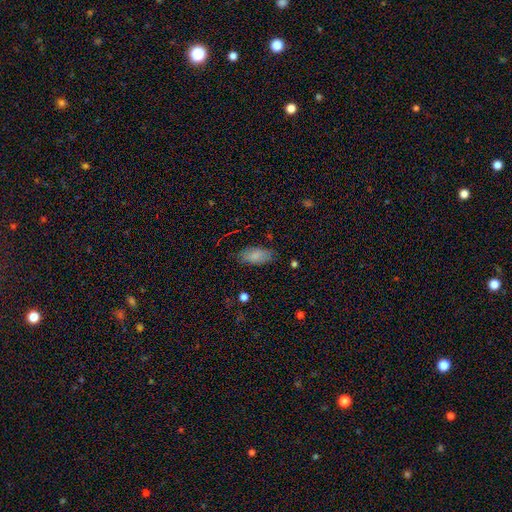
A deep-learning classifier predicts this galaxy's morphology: This is clearly a smooth galaxy (84%). How rounded: clearly in between (90%). Merging: likely none (80%).